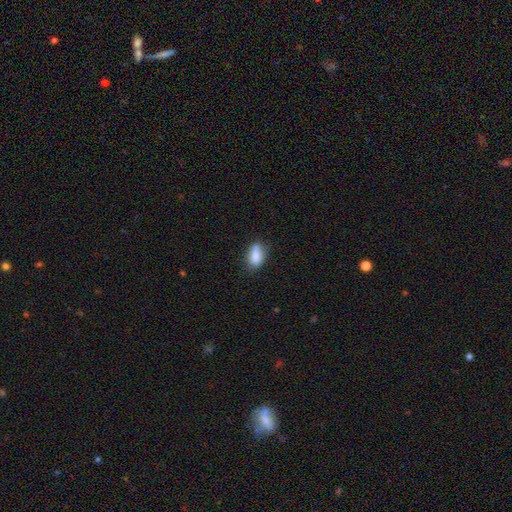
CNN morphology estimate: A smooth galaxy with no disk features (82%) that is in between round and cigar-shaped (84%).

Vote fractions:
- Smooth or featured? smooth: 82% / featured or disk: 10% / star or artifact: 8%
- How rounded? in between: 84% / cigar-shaped: 9% / round: 7%
- Merging? none: 69% / minor disturbance: 23% / major disturbance: 5% / merger: 3%